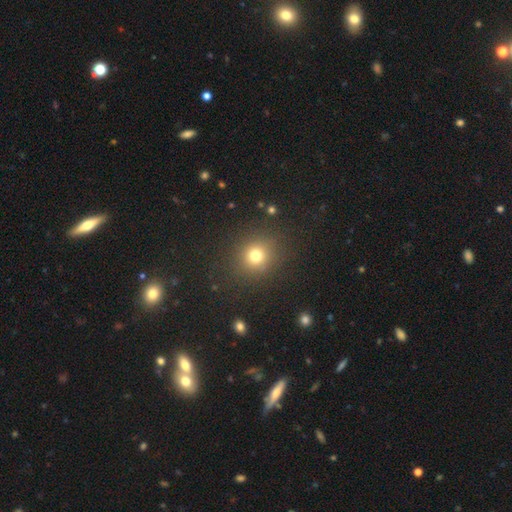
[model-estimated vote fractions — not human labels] Smooth or featured: smooth — 75% (star or artifact — 18%)
How rounded: round — 88% (in between — 11%)
Merging: none — 87% (minor disturbance — 8%)